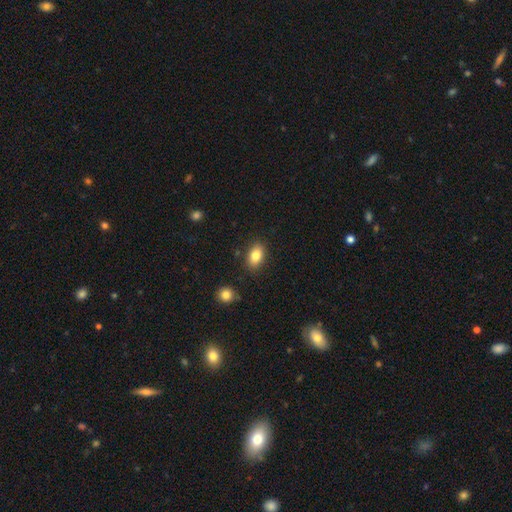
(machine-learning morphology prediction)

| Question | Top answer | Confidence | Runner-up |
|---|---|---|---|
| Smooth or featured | smooth | 83% | featured or disk (9%) |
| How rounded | in between | 85% | round (13%) |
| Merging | none | 85% | minor disturbance (10%) |